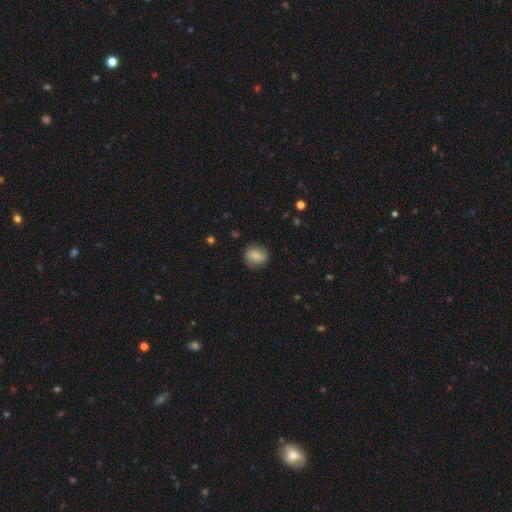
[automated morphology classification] type=smooth (68%); roundness=round (80%); merging=none (84%).